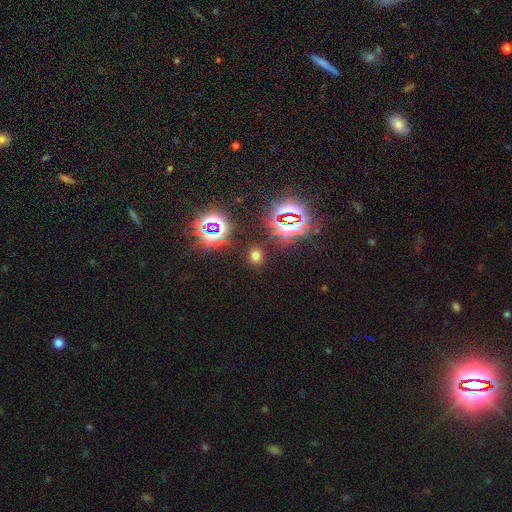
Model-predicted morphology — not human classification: Smooth or featured: smooth — 55% (star or artifact — 39%)
How rounded: round — 72% (in between — 26%)
Merging: none — 87% (minor disturbance — 7%)